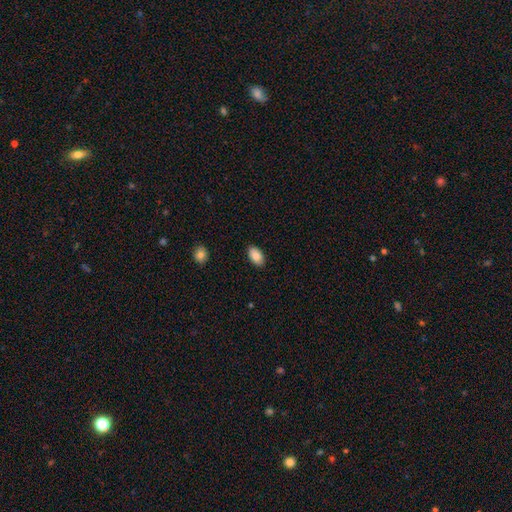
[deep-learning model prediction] A smooth galaxy with no disk features (87%) that is in between round and cigar-shaped (94%). Merging: none (89%).